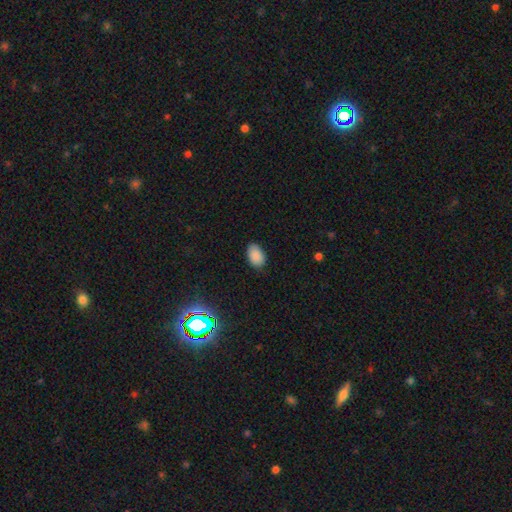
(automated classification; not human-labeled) Smooth or featured: smooth — 87% (star or artifact — 9%)
How rounded: in between — 89% (round — 10%)
Merging: none — 83% (minor disturbance — 13%)